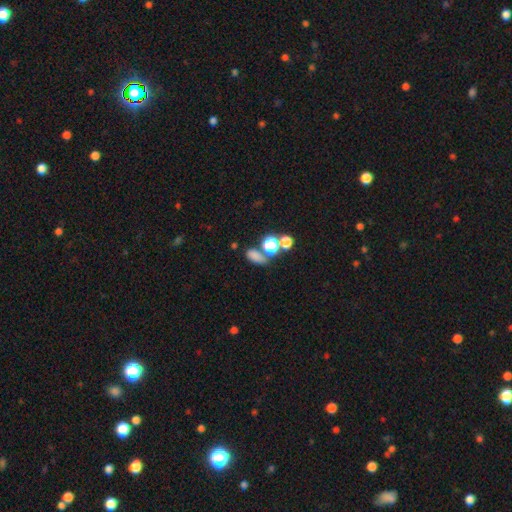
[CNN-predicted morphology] smooth_or_featured: smooth (p=0.69) [alt: star or artifact p=0.23]
how_rounded: in between (p=0.73) [alt: round p=0.23]
merging: none (p=0.60) [alt: merger p=0.21]